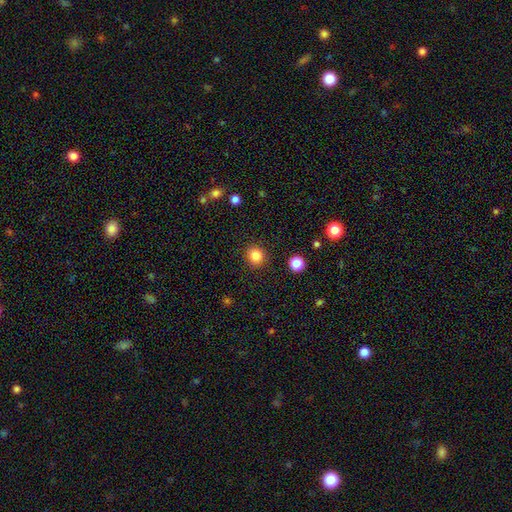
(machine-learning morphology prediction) smooth_or_featured: smooth (p=0.85) [alt: star or artifact p=0.11]
how_rounded: round (p=0.89) [alt: in between p=0.10]
merging: none (p=0.91) [alt: minor disturbance p=0.06]